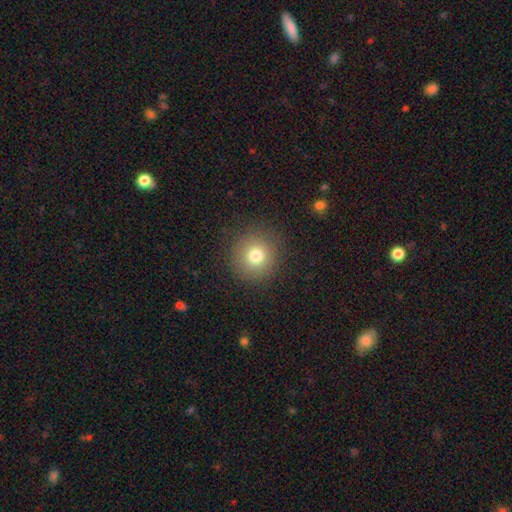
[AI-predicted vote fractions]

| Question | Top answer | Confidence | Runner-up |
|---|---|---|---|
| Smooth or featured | smooth | 77% | star or artifact (13%) |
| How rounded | round | 94% | in between (5%) |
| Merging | none | 89% | minor disturbance (7%) |